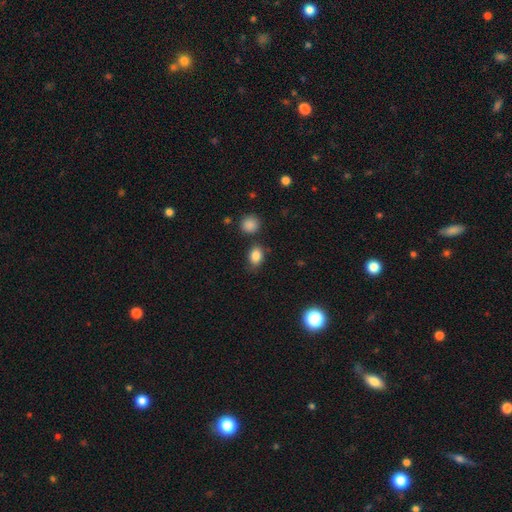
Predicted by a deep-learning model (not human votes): Smooth or featured? smooth (85%)
How rounded? in between (70%)
Merging? none (75%)